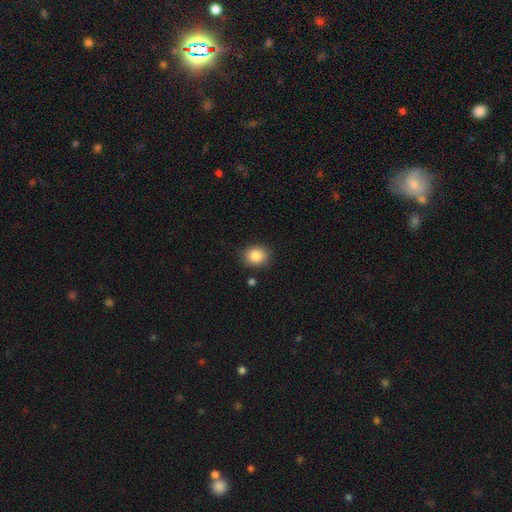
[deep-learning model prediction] Smooth or featured?
  - smooth: 86% *
  - star or artifact: 9%
  - featured or disk: 5%
How rounded?
  - round: 63% *
  - in between: 36%
  - cigar-shaped: 1%
Merging?
  - none: 87% *
  - minor disturbance: 9%
  - major disturbance: 2%
  - merger: 2%